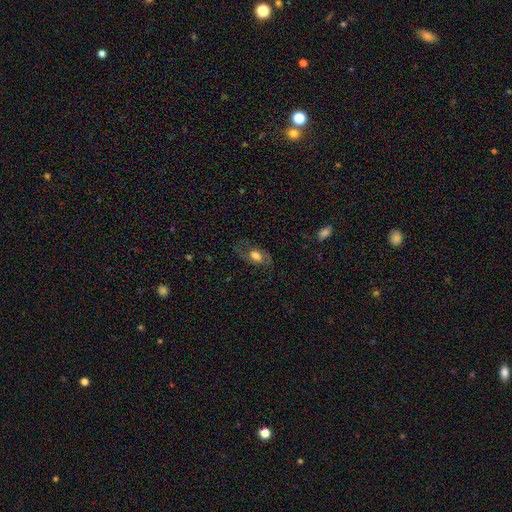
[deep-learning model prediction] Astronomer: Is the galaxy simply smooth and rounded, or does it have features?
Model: featured or disk — 47% (runner-up: smooth, 43%).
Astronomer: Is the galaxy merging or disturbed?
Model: none — 62%.